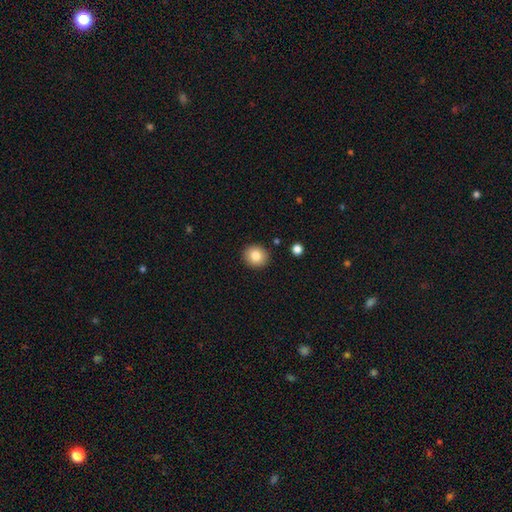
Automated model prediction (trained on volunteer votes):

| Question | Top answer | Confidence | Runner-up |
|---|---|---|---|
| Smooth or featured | smooth | 82% | star or artifact (9%) |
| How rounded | round | 85% | in between (14%) |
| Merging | none | 91% | minor disturbance (6%) |